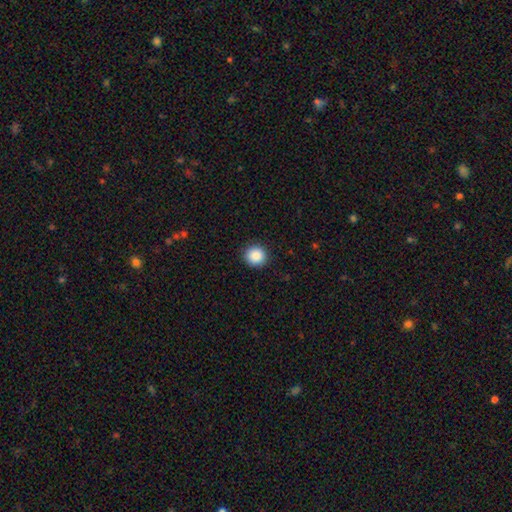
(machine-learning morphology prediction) smooth 88%, star or artifact 9%, featured or disk 3%. Down the decision tree: how rounded — round (95%); merging — none (92%).